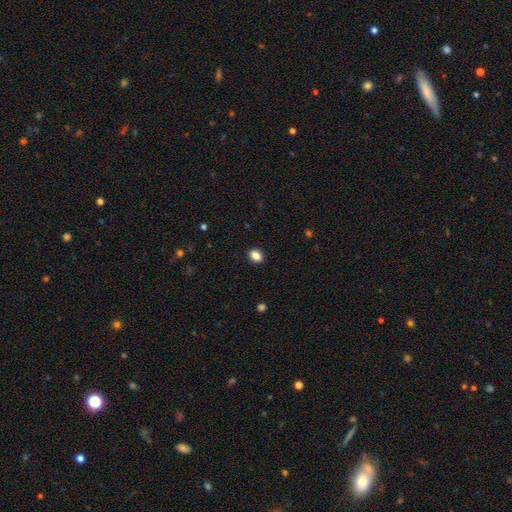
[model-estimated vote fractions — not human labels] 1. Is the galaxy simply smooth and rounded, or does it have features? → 86% smooth, 9% star or artifact, 4% featured or disk.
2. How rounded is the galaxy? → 70% in between, 28% round, 1% cigar-shaped.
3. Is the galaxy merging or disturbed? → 90% none, 7% minor disturbance, 2% major disturbance, 1% merger.